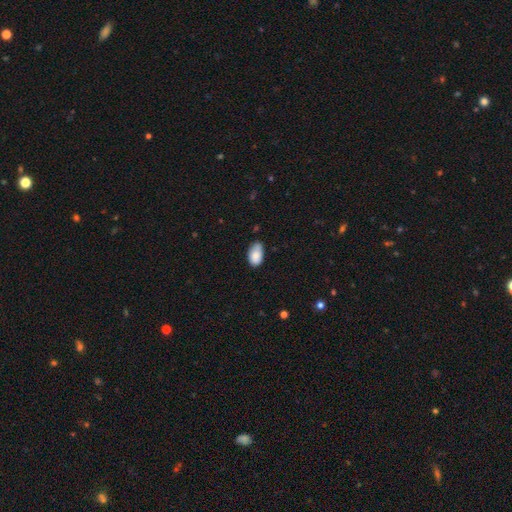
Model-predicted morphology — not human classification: A smooth galaxy with no disk features (82%) that is in between round and cigar-shaped (93%).

Vote fractions:
- Smooth or featured? smooth: 82% / featured or disk: 11% / star or artifact: 7%
- How rounded? in between: 93% / round: 5% / cigar-shaped: 2%
- Merging? none: 59% / minor disturbance: 34% / major disturbance: 5% / merger: 3%